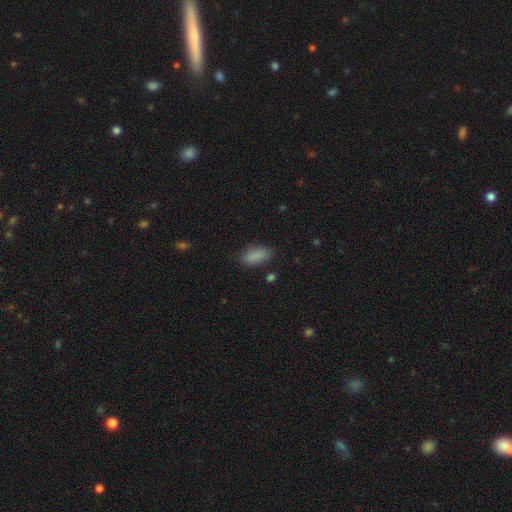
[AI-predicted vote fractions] The model was most divided on "merging": none: 79%, minor disturbance: 15%, major disturbance: 4%, merger: 2%. More confident: how rounded — in between (89%); smooth or featured — smooth (87%).